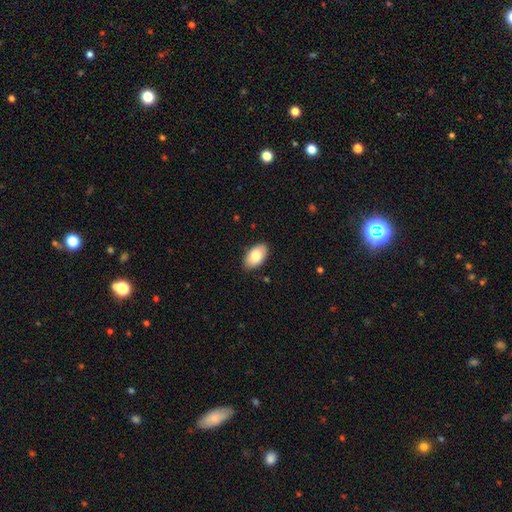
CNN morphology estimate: A smooth galaxy with no disk features (82%) that is in between round and cigar-shaped (95%). Merging: none (87%).